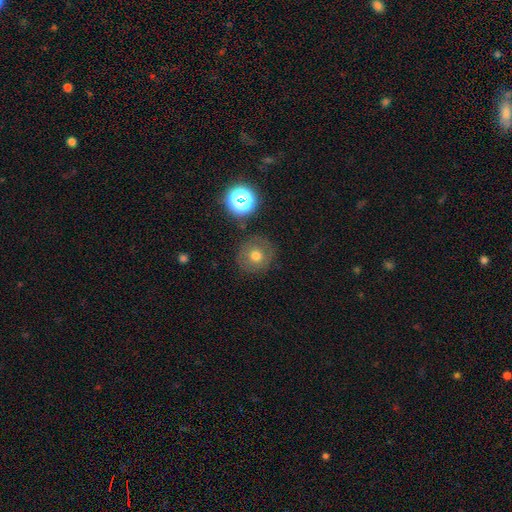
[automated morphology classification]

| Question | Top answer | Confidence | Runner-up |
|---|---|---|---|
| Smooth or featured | smooth | 62% | featured or disk (22%) |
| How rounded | round | 92% | in between (7%) |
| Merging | none | 84% | minor disturbance (10%) |